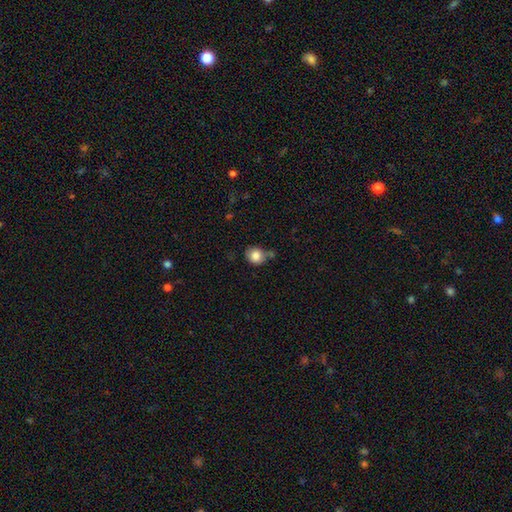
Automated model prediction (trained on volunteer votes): smooth-or-featured: smooth: 85% | star or artifact: 9% | featured or disk: 7%
  how-rounded: round: 72% | in between: 27% | cigar-shaped: 1%
  merging: none: 56% | minor disturbance: 25% | merger: 12% | major disturbance: 7%